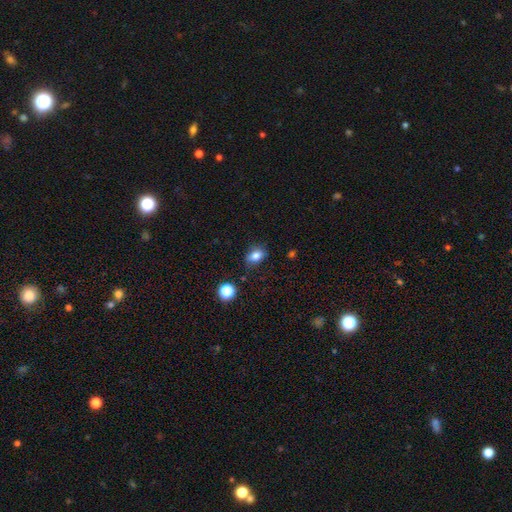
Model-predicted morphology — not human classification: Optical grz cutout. It shows a smooth galaxy with no disk features (80%) that is in between round and cigar-shaped (71%). Merging: none (75%).